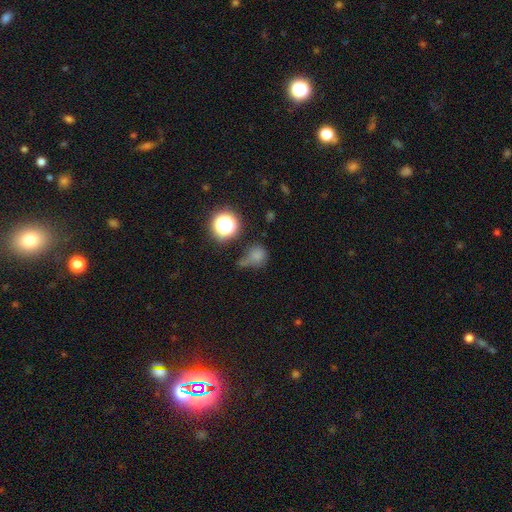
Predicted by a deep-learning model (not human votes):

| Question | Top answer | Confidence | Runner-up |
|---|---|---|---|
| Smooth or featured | smooth | 68% | star or artifact (22%) |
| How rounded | round | 77% | in between (21%) |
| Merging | none | 45% | minor disturbance (21%) |